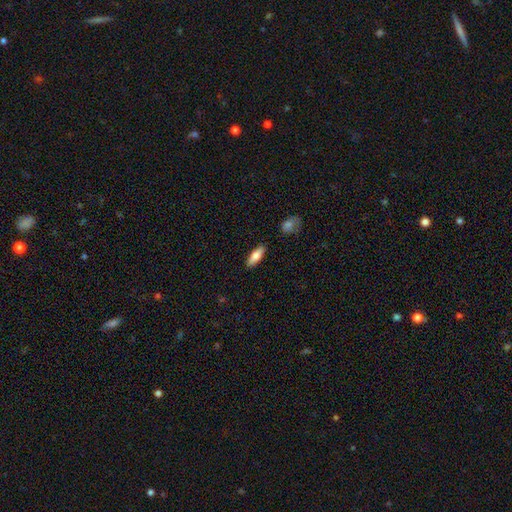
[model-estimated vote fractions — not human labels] smooth_or_featured: smooth (p=0.78) [alt: featured or disk p=0.16]
how_rounded: in between (p=0.64) [alt: cigar-shaped p=0.34]
merging: none (p=0.87) [alt: minor disturbance p=0.09]